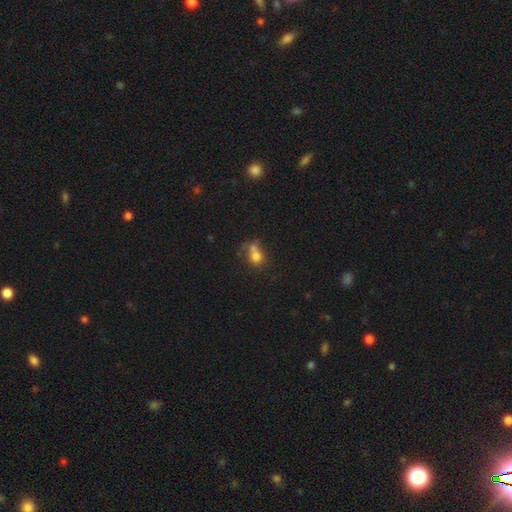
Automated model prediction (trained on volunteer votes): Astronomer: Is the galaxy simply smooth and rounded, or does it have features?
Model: smooth — 72%.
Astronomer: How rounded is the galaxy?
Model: round — 73%.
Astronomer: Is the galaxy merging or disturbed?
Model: merger — 45% (runner-up: none, 37%).